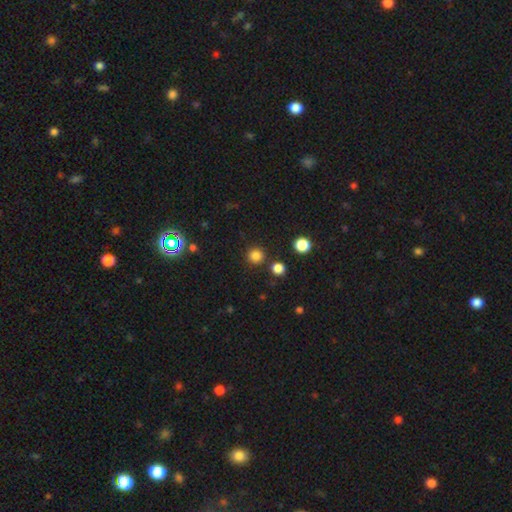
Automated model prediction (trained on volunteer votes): smooth_or_featured: smooth (p=0.81) [alt: star or artifact p=0.15]
how_rounded: round (p=0.94) [alt: in between p=0.05]
merging: none (p=0.87) [alt: minor disturbance p=0.06]